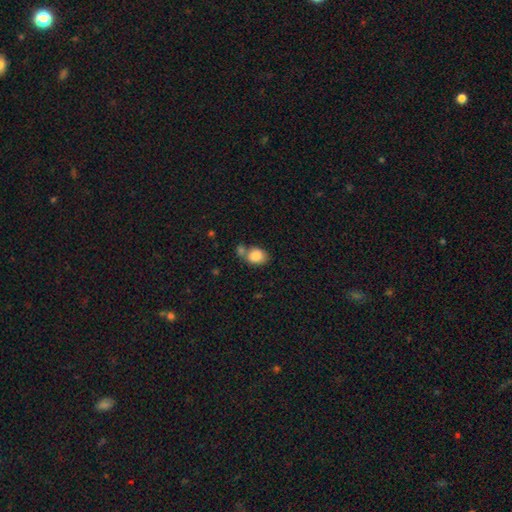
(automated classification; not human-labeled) Overall: smooth (86%). How rounded: in between (62%; round 37%). Merging: none (48%; merger 32%).